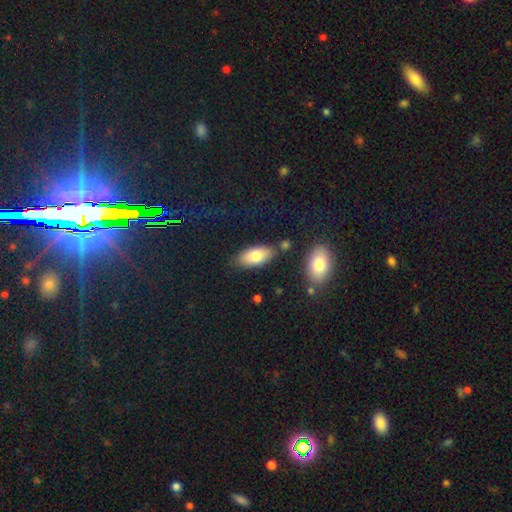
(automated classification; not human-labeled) This appears to be a smooth galaxy with no disk features (79%) that is in between round and cigar-shaped (89%). Merging: none (77%).